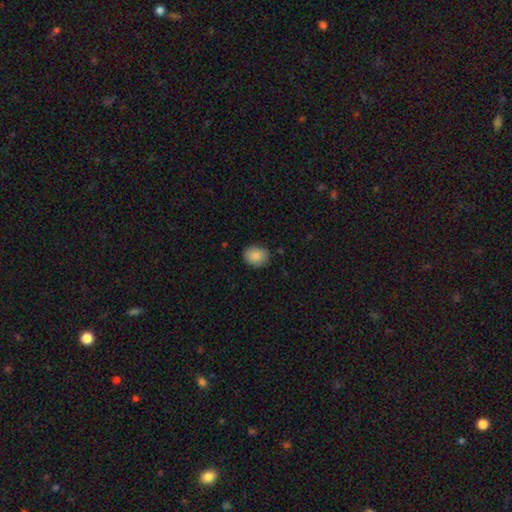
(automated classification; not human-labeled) smooth 88%, star or artifact 7%, featured or disk 5%. Down the decision tree: how rounded — round (55%); merging — none (82%).